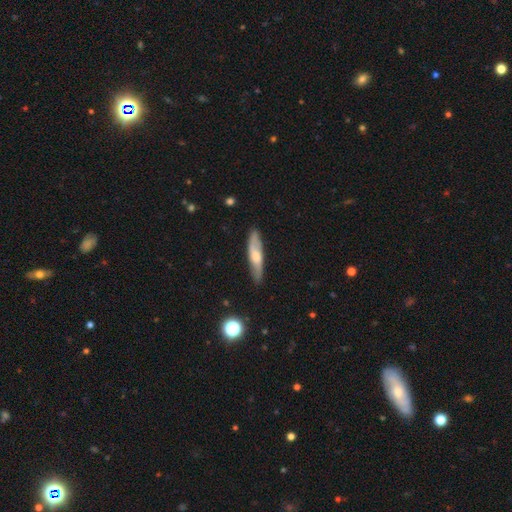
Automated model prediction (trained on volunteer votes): Morphology: type=featured or disk (50%); edge-on=yes (59%); merging=none (83%).